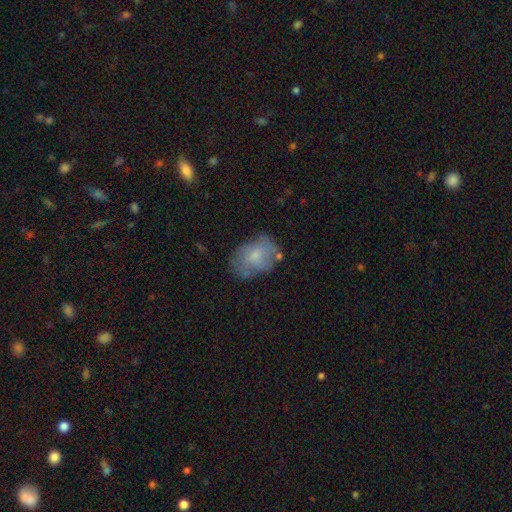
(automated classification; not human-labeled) smooth-or-featured: smooth: 63% | featured or disk: 29% | star or artifact: 8%
  how-rounded: in between: 78% | round: 20% | cigar-shaped: 1%
  merging: none: 59% | minor disturbance: 26% | major disturbance: 10% | merger: 5%